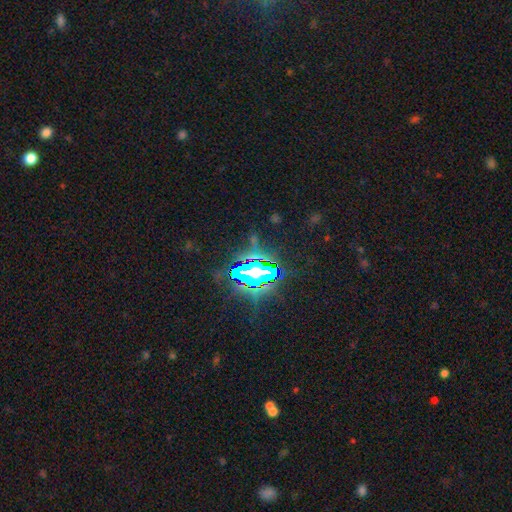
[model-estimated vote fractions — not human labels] This appears to be a star or artifact, not a galaxy (82%).